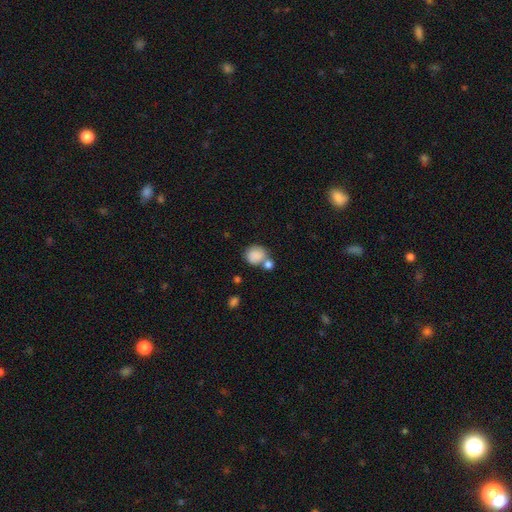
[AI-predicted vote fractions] The model was most divided on "merging": none: 48%, merger: 35%, minor disturbance: 12%, major disturbance: 5%. More confident: smooth or featured — smooth (86%); how rounded — round (75%).